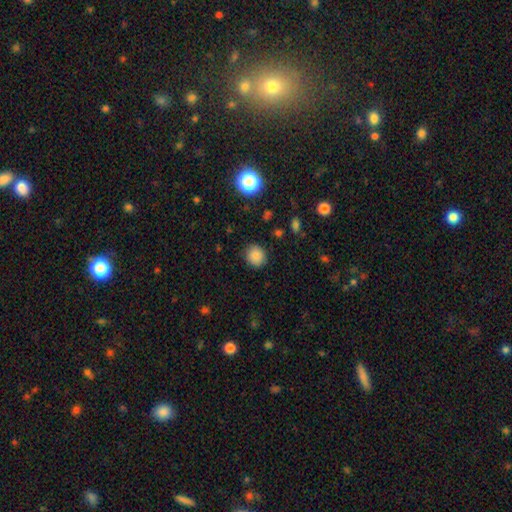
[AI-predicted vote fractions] Overall: smooth (85%). How rounded: round (82%). Merging: none (87%).